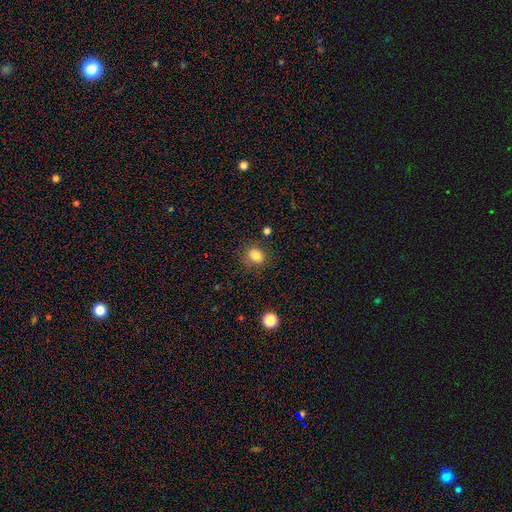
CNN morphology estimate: A smooth galaxy with no disk features (83%) that is round (57%).

Vote fractions:
- Smooth or featured? smooth: 83% / star or artifact: 11% / featured or disk: 6%
- How rounded? round: 57% / in between: 42% / cigar-shaped: 1%
- Merging? none: 80% / minor disturbance: 13% / major disturbance: 4% / merger: 3%